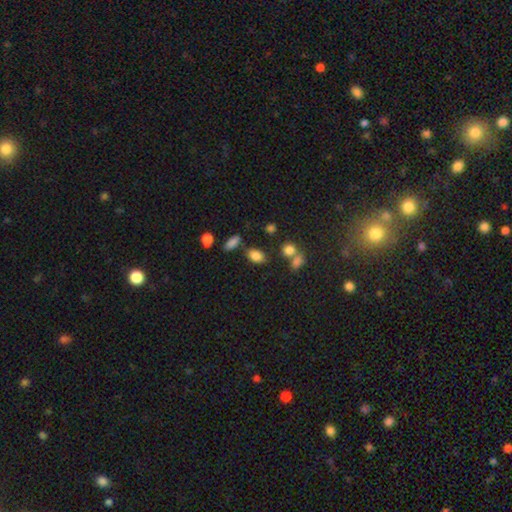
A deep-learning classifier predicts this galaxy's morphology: Q: Smooth or featured?
A: smooth (82%); runner-up: star or artifact (11%)
Q: How rounded?
A: in between (83%); runner-up: round (15%)
Q: Merging?
A: none (70%); runner-up: minor disturbance (14%)